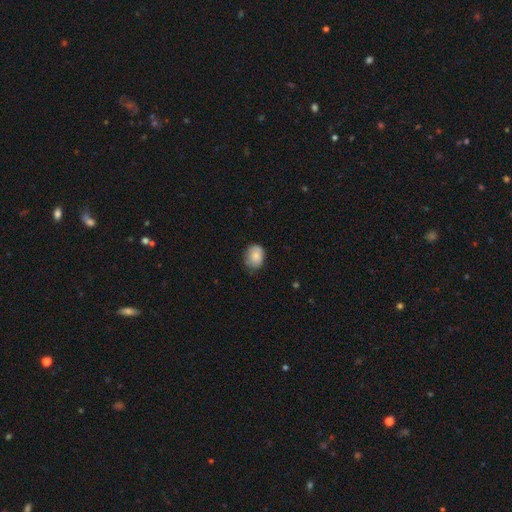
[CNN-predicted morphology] A smooth galaxy with no disk features (80%) that is in between round and cigar-shaped (50%).

Vote fractions:
- Smooth or featured? smooth: 80% / featured or disk: 13% / star or artifact: 8%
- How rounded? in between: 50% / round: 49% / cigar-shaped: 1%
- Merging? none: 66% / minor disturbance: 27% / major disturbance: 6% / merger: 1%